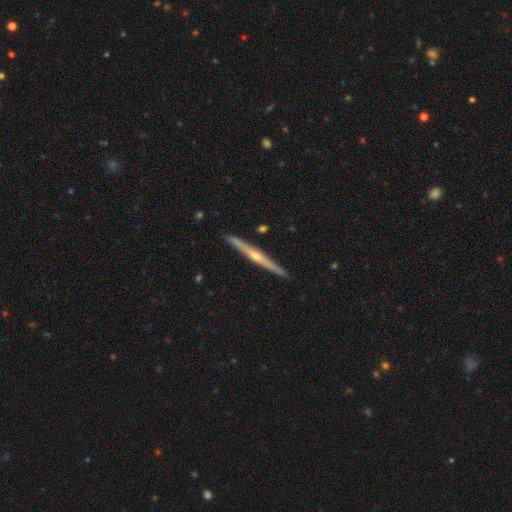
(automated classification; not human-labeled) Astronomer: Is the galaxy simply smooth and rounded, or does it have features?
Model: featured or disk — 77%.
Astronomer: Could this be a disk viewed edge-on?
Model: yes — 98%.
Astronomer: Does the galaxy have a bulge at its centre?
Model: rounded — 82%.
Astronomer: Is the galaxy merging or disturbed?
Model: none — 92%.